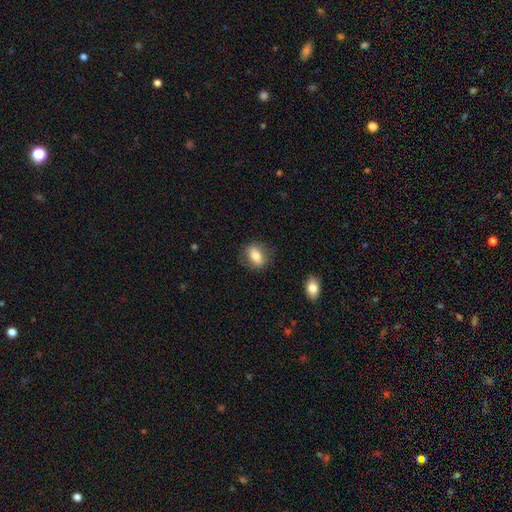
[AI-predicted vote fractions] Smooth or featured?
  - smooth: 78% *
  - featured or disk: 15%
  - star or artifact: 8%
How rounded?
  - in between: 75% *
  - round: 21%
  - cigar-shaped: 4%
Merging?
  - none: 81% *
  - minor disturbance: 13%
  - major disturbance: 4%
  - merger: 1%